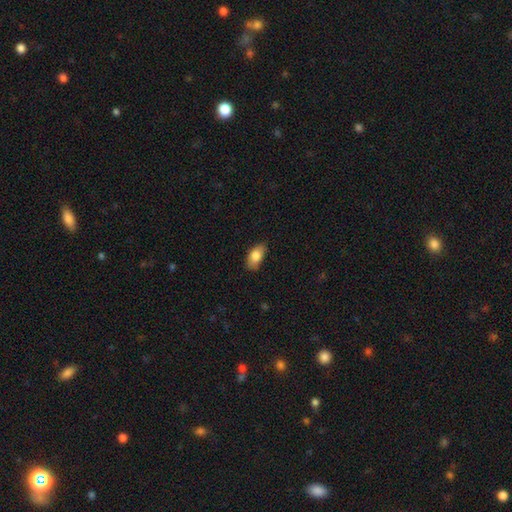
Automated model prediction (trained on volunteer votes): A smooth galaxy with no disk features (82%) that is in between round and cigar-shaped (90%).

Vote fractions:
- Smooth or featured? smooth: 82% / featured or disk: 11% / star or artifact: 7%
- How rounded? in between: 90% / round: 5% / cigar-shaped: 5%
- Merging? none: 76% / minor disturbance: 19% / major disturbance: 3% / merger: 1%